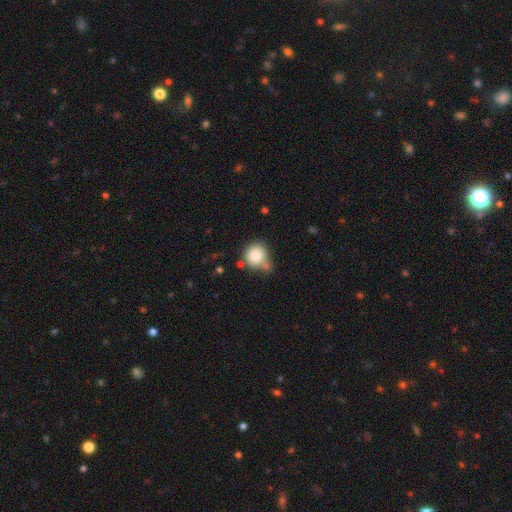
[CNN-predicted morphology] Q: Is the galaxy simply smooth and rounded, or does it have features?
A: smooth — 84%.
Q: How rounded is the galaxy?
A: round — 85%.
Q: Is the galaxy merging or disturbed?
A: none — 52%.